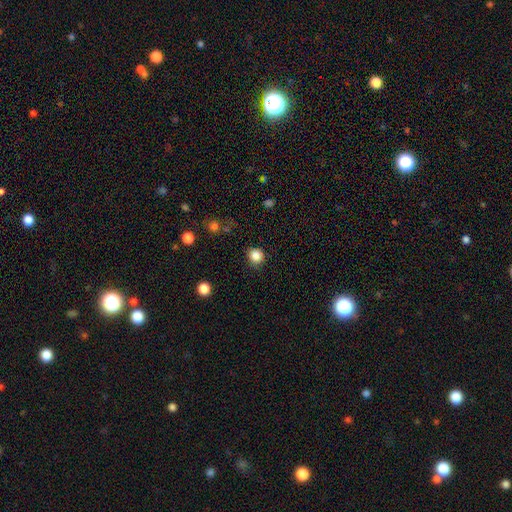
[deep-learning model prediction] Morphology: type=smooth (85%); roundness=round (88%); merging=none (87%).